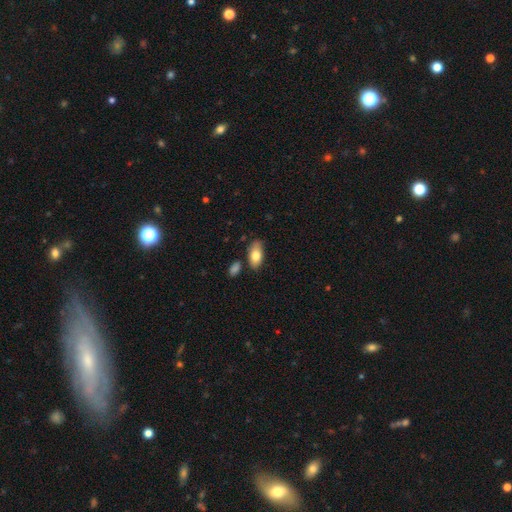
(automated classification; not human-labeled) smooth_or_featured: smooth (p=0.78) [alt: featured or disk p=0.16]
how_rounded: in between (p=0.92) [alt: cigar-shaped p=0.05]
merging: none (p=0.69) [alt: minor disturbance p=0.21]